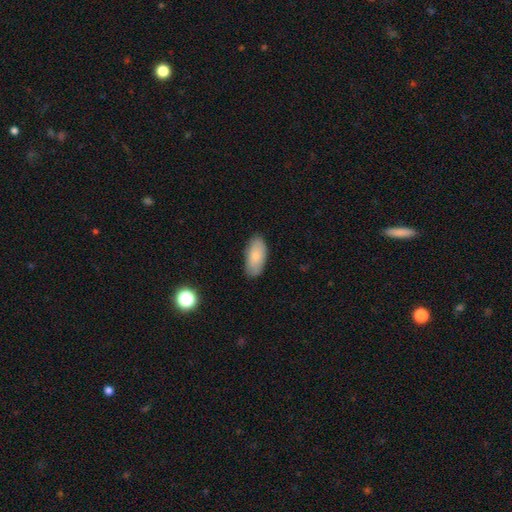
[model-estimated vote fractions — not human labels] Smooth or featured? smooth (82%)
How rounded? in between (92%)
Merging? none (83%)